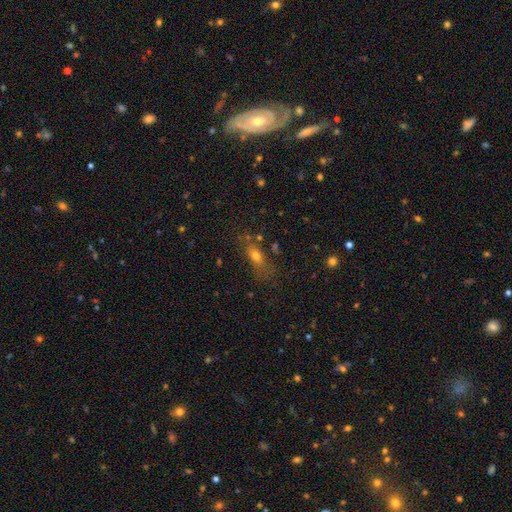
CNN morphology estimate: type=smooth (65%); roundness=in between (65%); merging=none (58%).